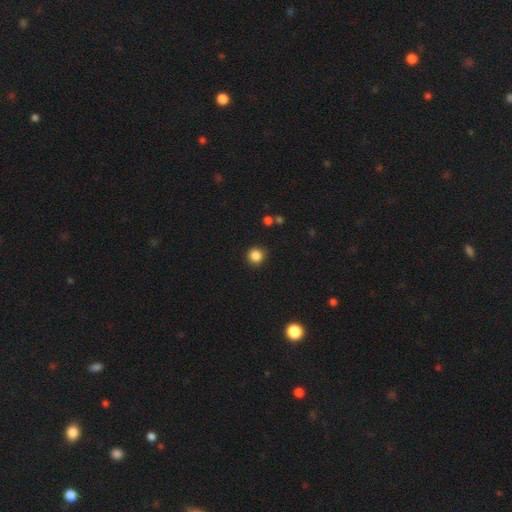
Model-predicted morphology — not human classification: Overall: smooth (85%). How rounded: round (93%). Merging: none (89%).